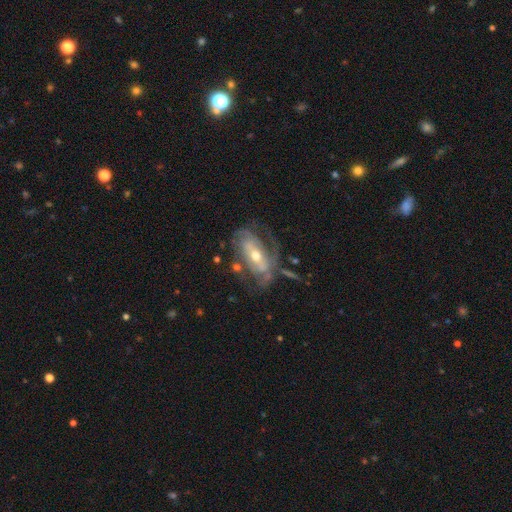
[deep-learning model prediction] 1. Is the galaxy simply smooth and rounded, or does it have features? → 78% featured or disk, 15% smooth, 6% star or artifact.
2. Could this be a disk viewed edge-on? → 92% no, 8% yes.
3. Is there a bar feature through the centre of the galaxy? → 40% no, 31% weak, 28% strong.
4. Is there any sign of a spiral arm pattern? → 77% yes, 23% no.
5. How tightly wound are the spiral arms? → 45% tight, 36% medium, 19% loose.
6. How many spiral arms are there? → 45% 2, 33% can't tell, 11% 1, 6% 3, 2% 4, 2% more than 4.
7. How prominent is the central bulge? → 58% moderate, 37% small, 3% large, 1% none, 1% dominant.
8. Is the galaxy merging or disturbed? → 46% none, 25% major disturbance, 21% minor disturbance, 7% merger.